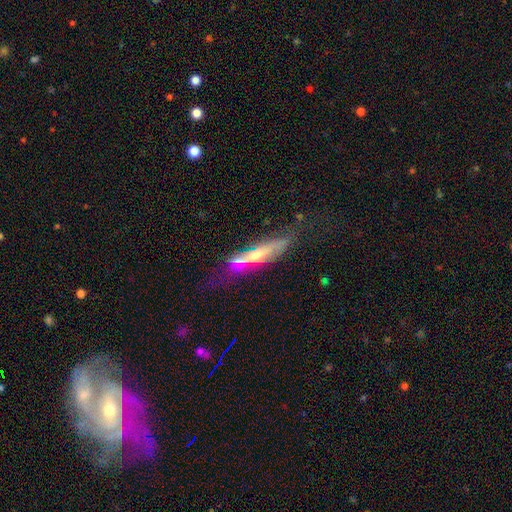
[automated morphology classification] smooth-or-featured: featured or disk: 61% | smooth: 31% | star or artifact: 9%
  disk-edge-on: yes: 76% | no: 24%
  merging: none: 49% | minor disturbance: 23% | merger: 15% | major disturbance: 13%